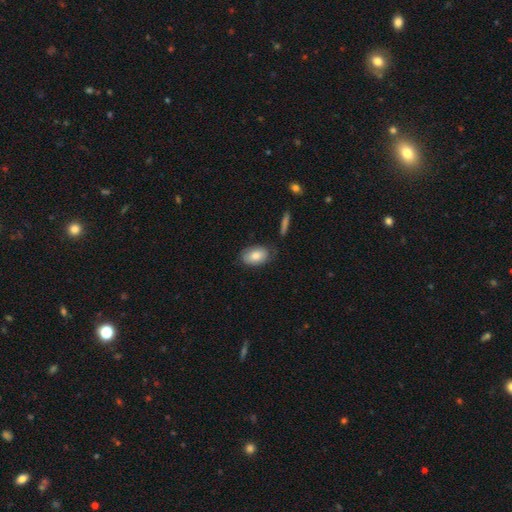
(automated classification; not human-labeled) A smooth galaxy with no disk features (79%) that is in between round and cigar-shaped (91%). Merging: none (71%).